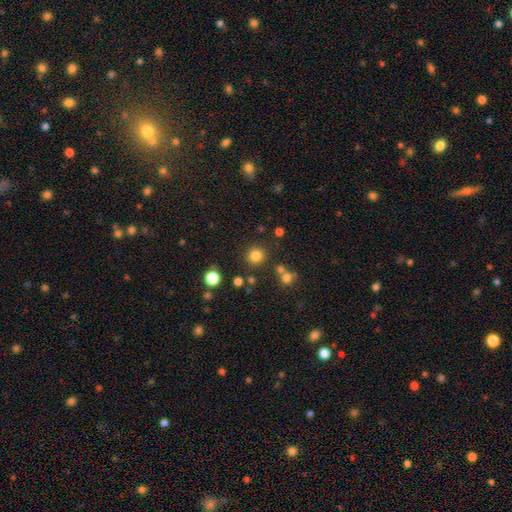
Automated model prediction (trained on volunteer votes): Morphology: type=smooth (80%); roundness=round (92%); merging=none (85%).